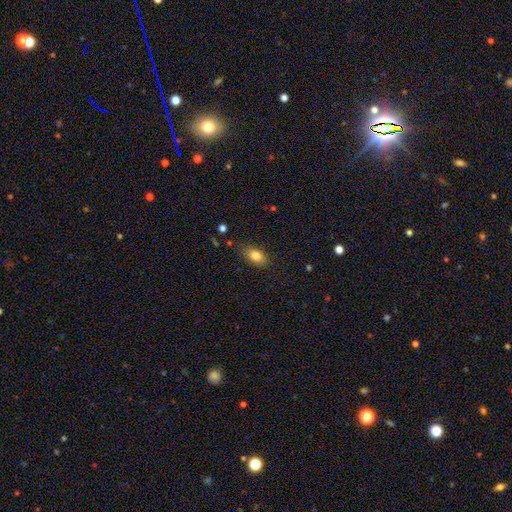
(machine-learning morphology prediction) Q: Smooth or featured?
A: smooth (80%); runner-up: featured or disk (11%)
Q: How rounded?
A: in between (84%); runner-up: round (9%)
Q: Merging?
A: none (78%); runner-up: minor disturbance (17%)